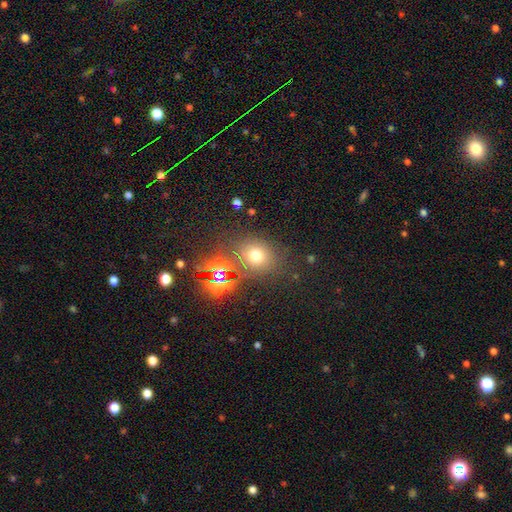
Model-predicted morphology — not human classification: A smooth galaxy with no disk features (65%) that is round (71%).

Vote fractions:
- Smooth or featured? smooth: 65% / star or artifact: 26% / featured or disk: 10%
- How rounded? round: 71% / in between: 27% / cigar-shaped: 1%
- Merging? none: 76% / minor disturbance: 11% / merger: 7% / major disturbance: 5%